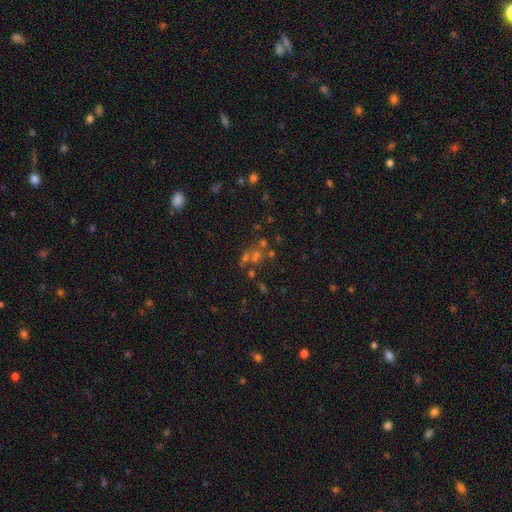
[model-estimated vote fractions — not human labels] This is marginally a star or artifact rather than a galaxy (42%).